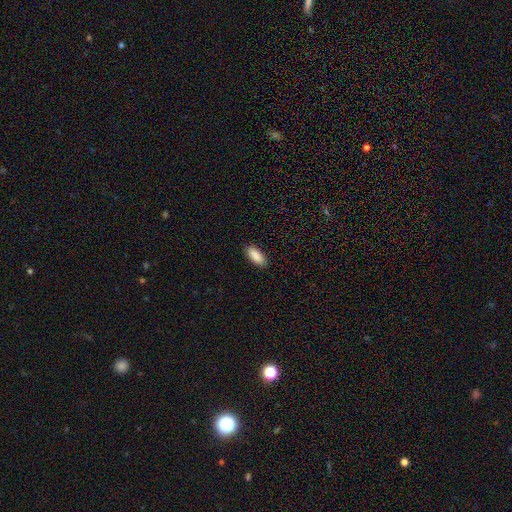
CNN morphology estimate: Smooth or featured? smooth (91%)
How rounded? in between (84%)
Merging? none (90%)